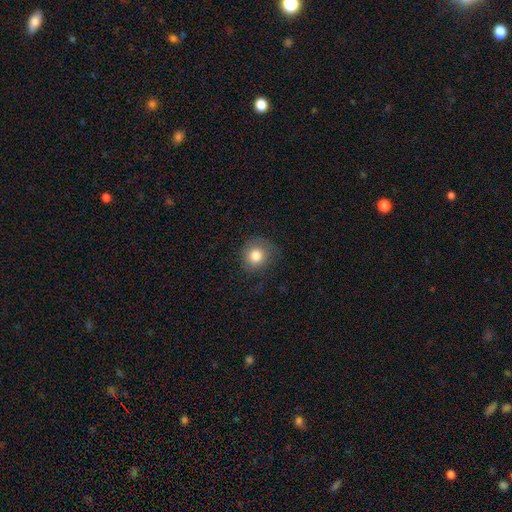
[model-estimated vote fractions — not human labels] smooth_or_featured: smooth (p=0.82) [alt: star or artifact p=0.09]
how_rounded: round (p=0.86) [alt: in between p=0.13]
merging: none (p=0.74) [alt: minor disturbance p=0.17]